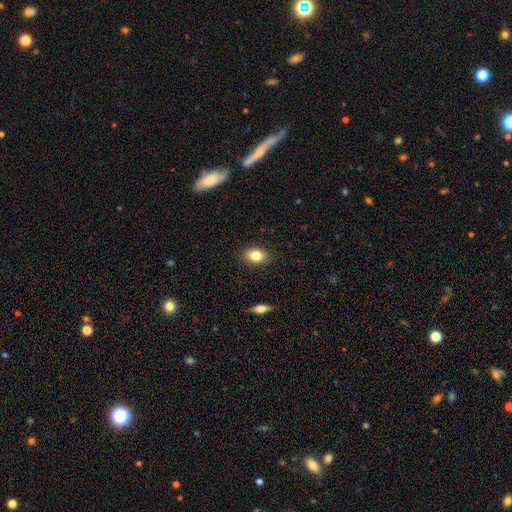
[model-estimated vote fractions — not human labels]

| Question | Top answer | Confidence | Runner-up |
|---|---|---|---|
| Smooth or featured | smooth | 82% | featured or disk (9%) |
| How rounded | in between | 80% | round (19%) |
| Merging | none | 88% | minor disturbance (9%) |